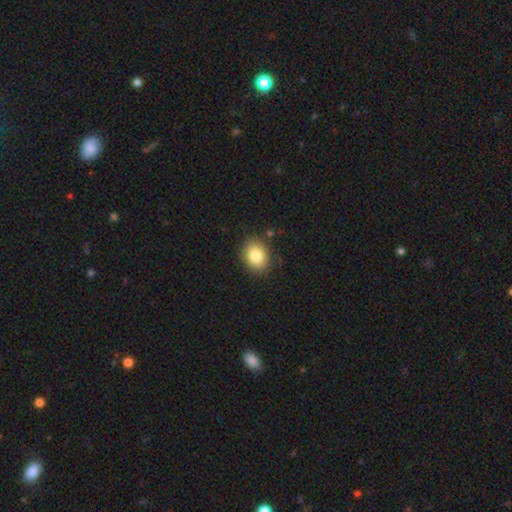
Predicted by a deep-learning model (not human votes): Smooth or featured: smooth — 84% (star or artifact — 8%)
How rounded: in between — 55% (round — 44%)
Merging: none — 83% (minor disturbance — 12%)